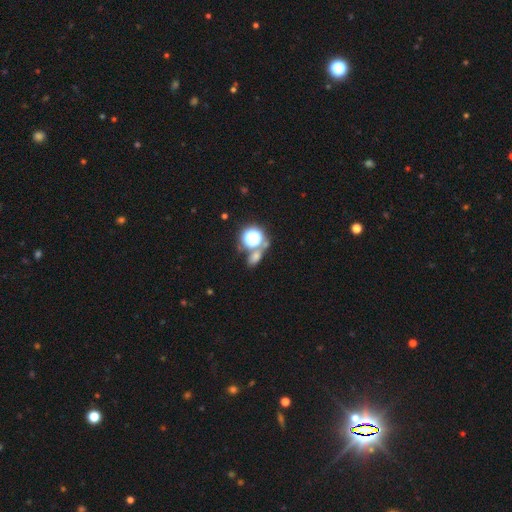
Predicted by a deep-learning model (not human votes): This is possibly a smooth galaxy (52%). How rounded: possibly in between (51%). Merging: likely none (61%).